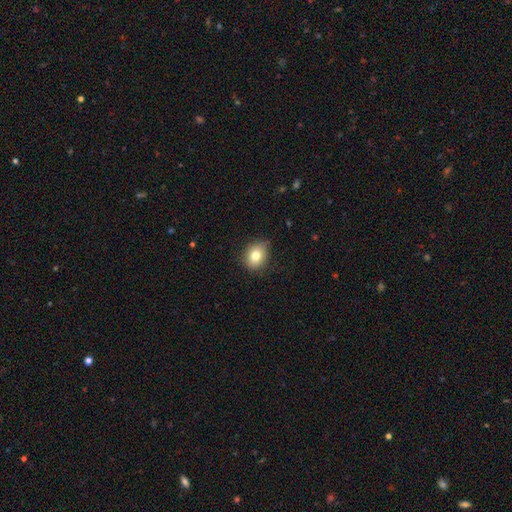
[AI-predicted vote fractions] smooth-or-featured: smooth: 79% | featured or disk: 11% | star or artifact: 10%
  how-rounded: round: 56% | in between: 43% | cigar-shaped: 1%
  merging: none: 78% | minor disturbance: 18% | major disturbance: 3% | merger: 1%